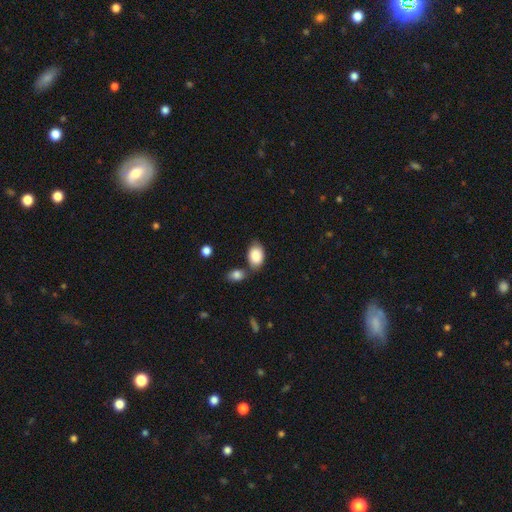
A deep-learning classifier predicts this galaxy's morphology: This is clearly a smooth galaxy (88%). How rounded: clearly in between (89%). Merging: likely none (63%).